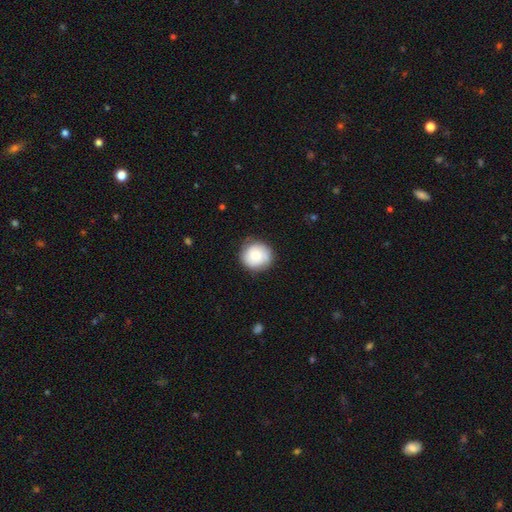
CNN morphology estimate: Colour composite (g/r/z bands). It shows a smooth galaxy with no disk features (72%) that is round (89%). Merging: none (81%).